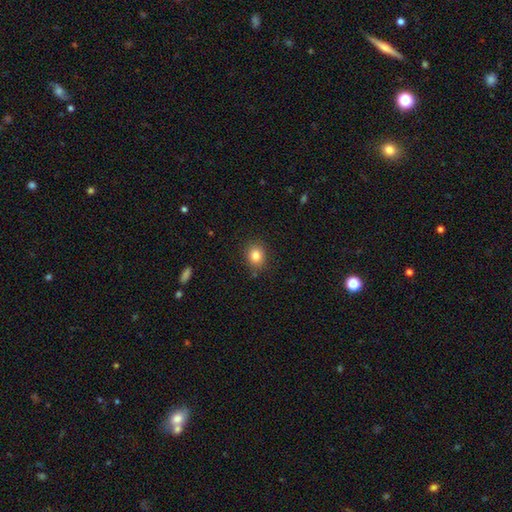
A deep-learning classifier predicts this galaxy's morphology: smooth_or_featured: smooth (p=0.83) [alt: star or artifact p=0.11]
how_rounded: round (p=0.70) [alt: in between p=0.29]
merging: none (p=0.87) [alt: minor disturbance p=0.09]